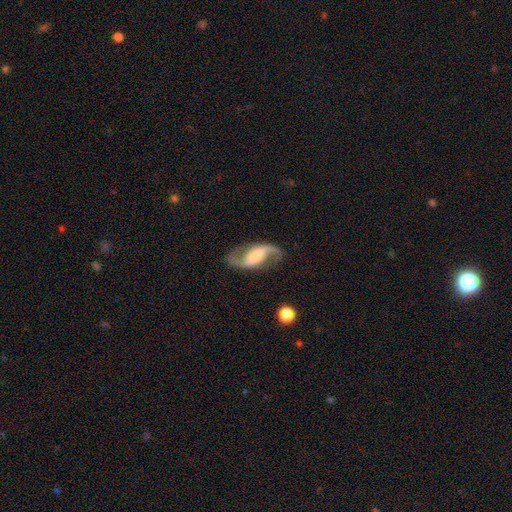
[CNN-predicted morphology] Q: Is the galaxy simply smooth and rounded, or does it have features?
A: featured or disk — 89%.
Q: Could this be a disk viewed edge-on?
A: no — 97%.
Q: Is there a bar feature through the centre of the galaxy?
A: weak — 37%.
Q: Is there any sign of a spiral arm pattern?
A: yes — 97%.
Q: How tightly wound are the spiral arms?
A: loose — 63%.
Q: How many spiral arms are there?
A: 2 — 94%.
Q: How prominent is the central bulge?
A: moderate — 25%.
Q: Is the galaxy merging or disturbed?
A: none — 81%.